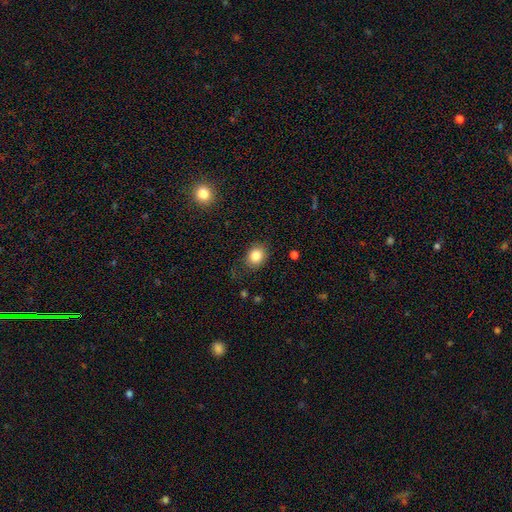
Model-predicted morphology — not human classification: A smooth galaxy with no disk features (84%) that is round (57%).

Vote fractions:
- Smooth or featured? smooth: 84% / star or artifact: 10% / featured or disk: 6%
- How rounded? round: 57% / in between: 42% / cigar-shaped: 1%
- Merging? none: 81% / minor disturbance: 14% / major disturbance: 4% / merger: 1%